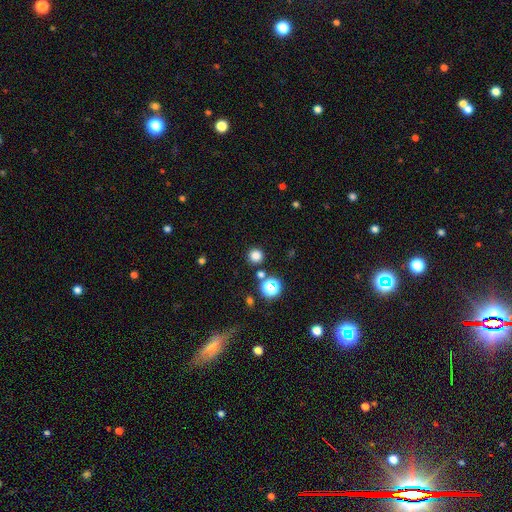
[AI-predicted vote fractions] The model was most divided on "smooth or featured": smooth: 79%, star or artifact: 17%, featured or disk: 4%. More confident: how rounded — round (95%); merging — none (87%).